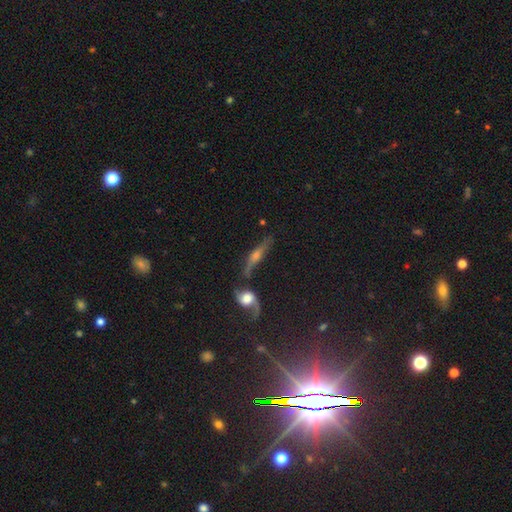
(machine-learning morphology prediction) featured or disk 71%, smooth 20%, star or artifact 9%. Down the decision tree: edge-on disk — yes (78%); edge-on bulge — rounded (86%); merging — none (61%).